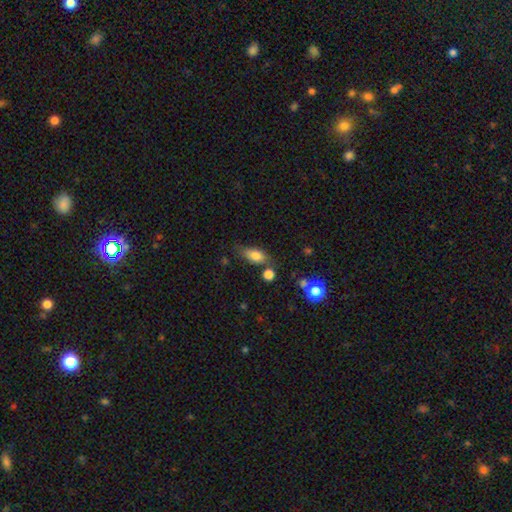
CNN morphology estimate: This is likely a smooth galaxy (79%). How rounded: clearly in between (83%). Merging: likely none (63%).